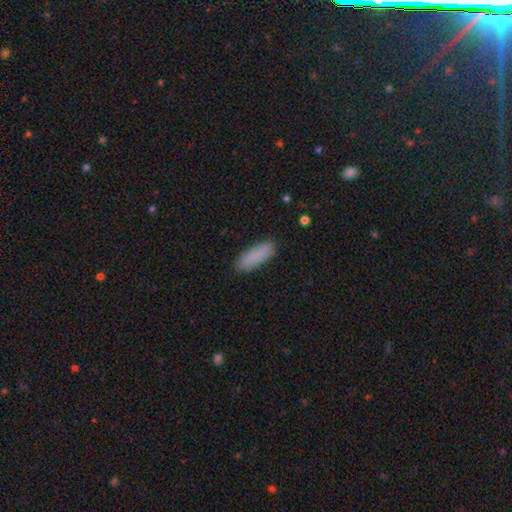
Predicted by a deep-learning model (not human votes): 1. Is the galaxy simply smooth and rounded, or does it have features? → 88% smooth, 6% star or artifact, 5% featured or disk.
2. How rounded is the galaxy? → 54% in between, 45% cigar-shaped, 2% round.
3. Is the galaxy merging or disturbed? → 88% none, 9% minor disturbance, 2% major disturbance, 1% merger.